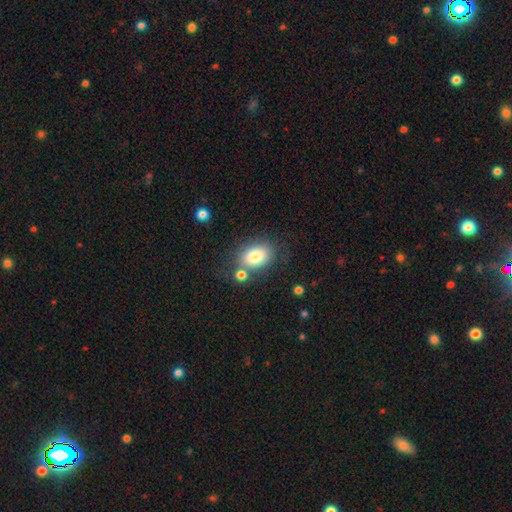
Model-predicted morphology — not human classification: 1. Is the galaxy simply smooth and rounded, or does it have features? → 81% smooth, 10% featured or disk, 9% star or artifact.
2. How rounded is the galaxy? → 77% in between, 22% round, 1% cigar-shaped.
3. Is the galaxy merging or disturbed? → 68% none, 14% minor disturbance, 13% merger, 5% major disturbance.